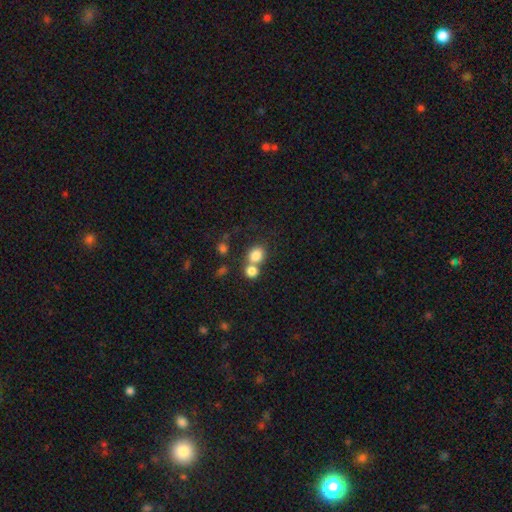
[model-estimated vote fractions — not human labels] smooth_or_featured: smooth (p=0.81) [alt: star or artifact p=0.11]
how_rounded: round (p=0.69) [alt: in between p=0.30]
merging: none (p=0.45) [alt: merger p=0.43]